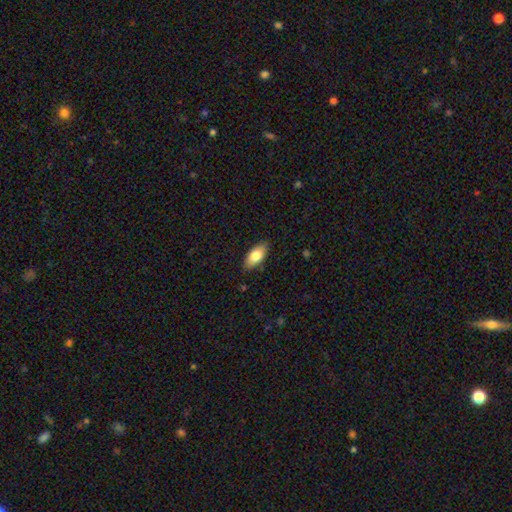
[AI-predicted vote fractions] Smooth or featured?
  - smooth: 78% *
  - featured or disk: 16%
  - star or artifact: 6%
How rounded?
  - in between: 87% *
  - cigar-shaped: 10%
  - round: 3%
Merging?
  - none: 86% *
  - minor disturbance: 10%
  - major disturbance: 2%
  - merger: 1%